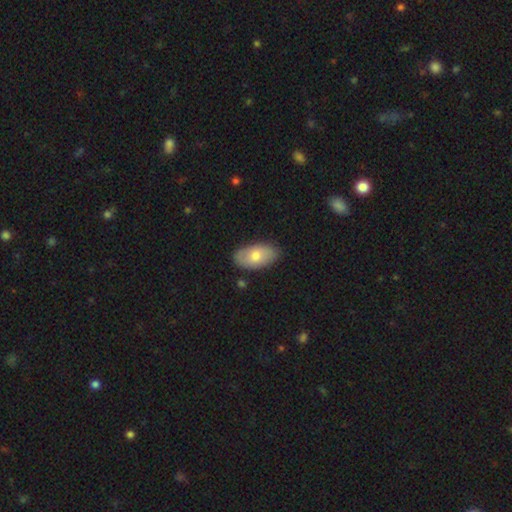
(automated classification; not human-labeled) smooth_or_featured: smooth (p=0.71) [alt: featured or disk p=0.23]
how_rounded: in between (p=0.94) [alt: round p=0.04]
merging: none (p=0.82) [alt: minor disturbance p=0.14]